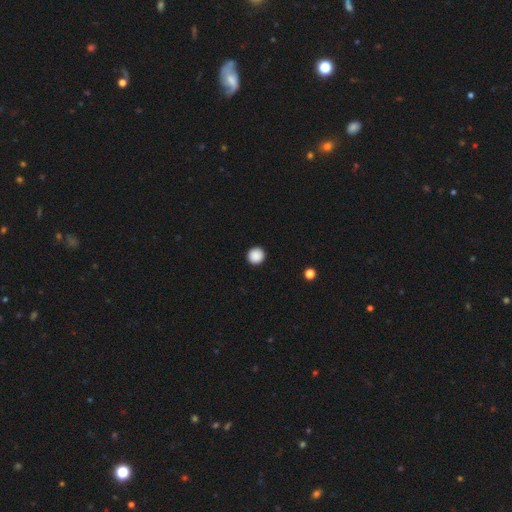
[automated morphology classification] smooth_or_featured: smooth (p=0.89) [alt: star or artifact p=0.09]
how_rounded: round (p=0.95) [alt: in between p=0.04]
merging: none (p=0.93) [alt: minor disturbance p=0.04]